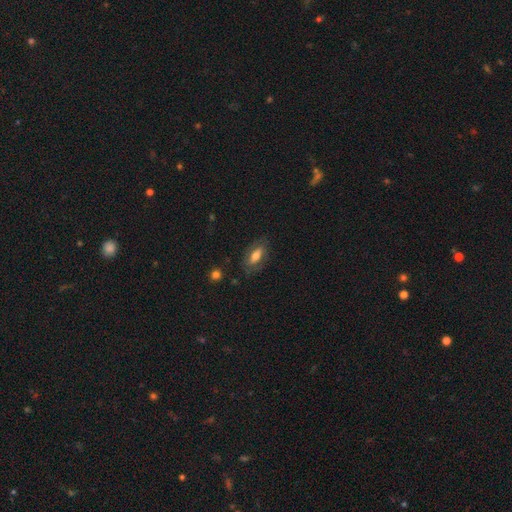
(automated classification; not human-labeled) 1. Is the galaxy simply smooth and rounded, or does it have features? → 61% smooth, 32% featured or disk, 7% star or artifact.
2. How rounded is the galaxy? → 84% in between, 12% cigar-shaped, 4% round.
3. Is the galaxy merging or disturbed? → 76% none, 16% minor disturbance, 6% major disturbance, 1% merger.